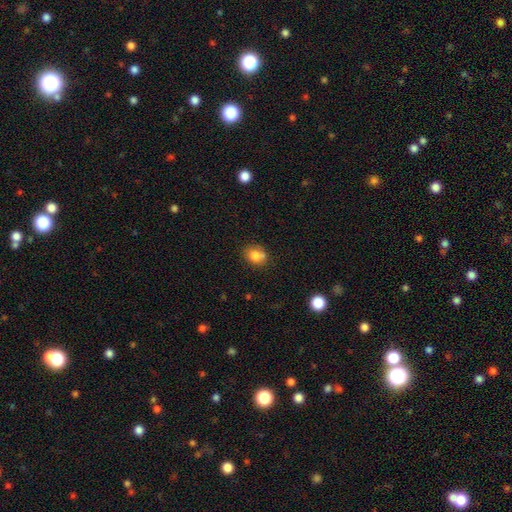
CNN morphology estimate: A smooth galaxy with no disk features (79%) that is round (54%).

Vote fractions:
- Smooth or featured? smooth: 79% / star or artifact: 11% / featured or disk: 11%
- How rounded? round: 54% / in between: 45% / cigar-shaped: 1%
- Merging? none: 59% / merger: 18% / minor disturbance: 18% / major disturbance: 5%